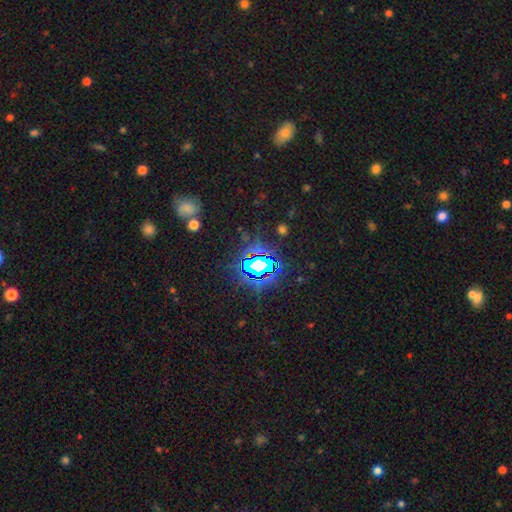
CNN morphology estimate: smooth-or-featured: star or artifact: 80% | smooth: 12% | featured or disk: 8%